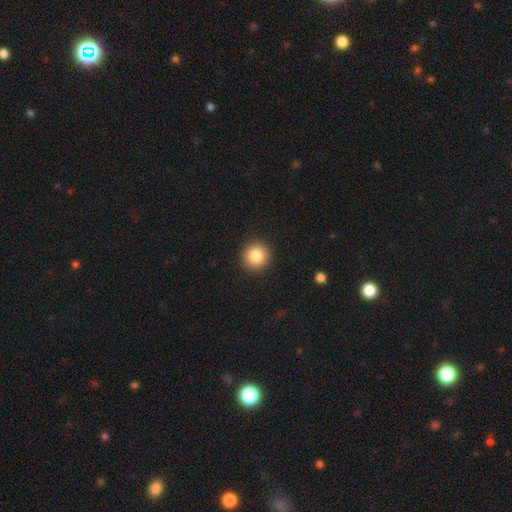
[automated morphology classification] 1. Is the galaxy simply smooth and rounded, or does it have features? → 85% smooth, 9% star or artifact, 6% featured or disk.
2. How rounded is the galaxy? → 95% round, 4% in between, 1% cigar-shaped.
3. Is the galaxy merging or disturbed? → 92% none, 5% minor disturbance, 2% major disturbance, 1% merger.